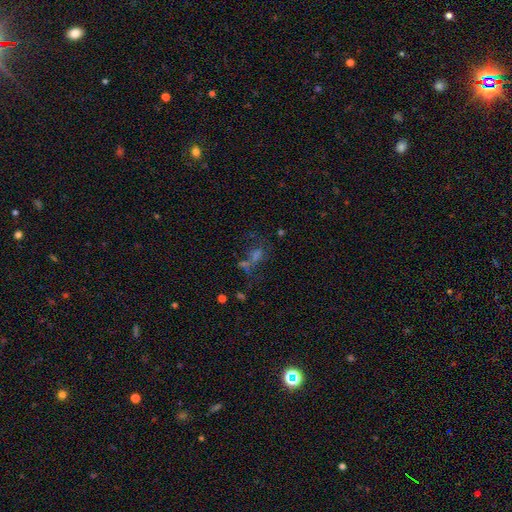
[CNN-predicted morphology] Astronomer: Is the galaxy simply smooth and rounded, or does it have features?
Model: star or artifact — 40% (runner-up: smooth, 31%).